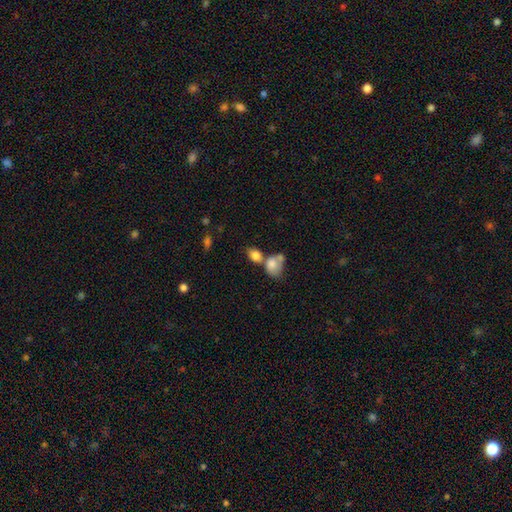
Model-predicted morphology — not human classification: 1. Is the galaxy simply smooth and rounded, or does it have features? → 80% smooth, 11% featured or disk, 8% star or artifact.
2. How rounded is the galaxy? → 66% in between, 32% round, 2% cigar-shaped.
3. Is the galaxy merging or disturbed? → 53% merger, 31% none, 11% minor disturbance, 6% major disturbance.